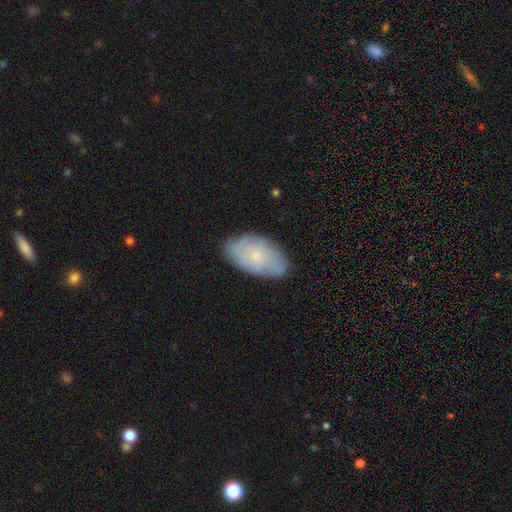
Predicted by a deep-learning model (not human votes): Morphology: type=smooth (61%); roundness=in between (95%); merging=none (77%).